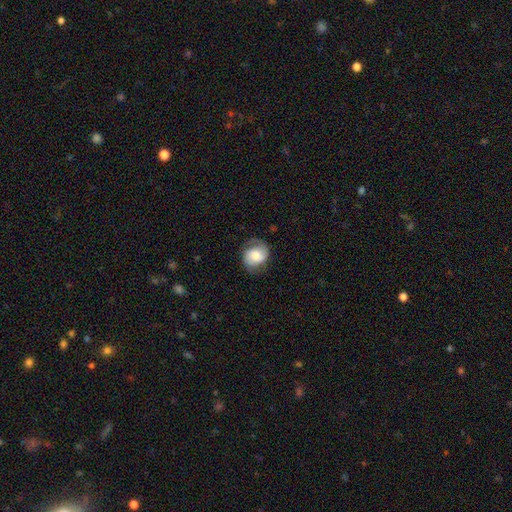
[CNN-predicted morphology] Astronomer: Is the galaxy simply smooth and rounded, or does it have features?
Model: smooth — 48% (runner-up: featured or disk, 44%).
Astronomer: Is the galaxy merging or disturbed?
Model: none — 63%.